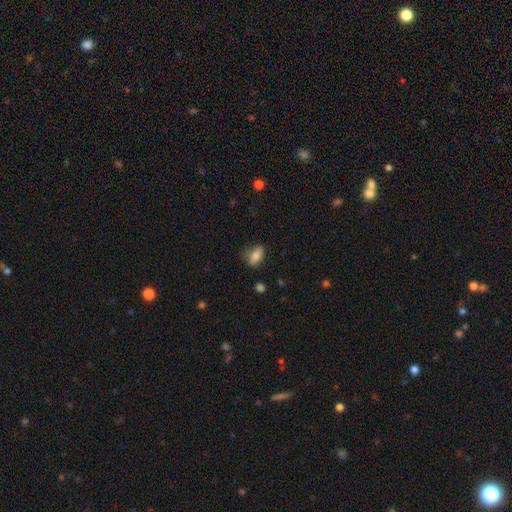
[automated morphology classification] A smooth galaxy with no disk features (79%) that is in between round and cigar-shaped (84%).

Vote fractions:
- Smooth or featured? smooth: 79% / featured or disk: 12% / star or artifact: 9%
- How rounded? in between: 84% / round: 11% / cigar-shaped: 5%
- Merging? none: 60% / minor disturbance: 30% / major disturbance: 8% / merger: 2%